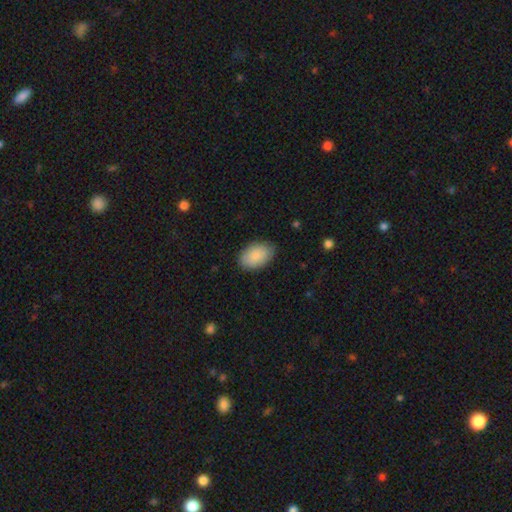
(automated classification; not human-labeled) This is clearly a smooth galaxy (88%). How rounded: clearly in between (91%). Merging: clearly none (83%).